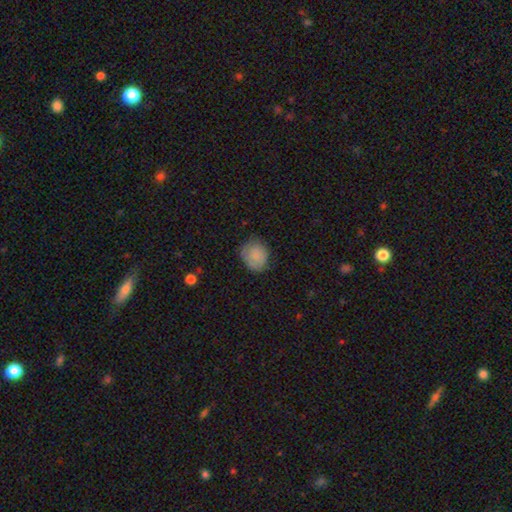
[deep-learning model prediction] smooth_or_featured: smooth (p=0.81) [alt: featured or disk p=0.11]
how_rounded: round (p=0.70) [alt: in between p=0.29]
merging: none (p=0.68) [alt: minor disturbance p=0.24]